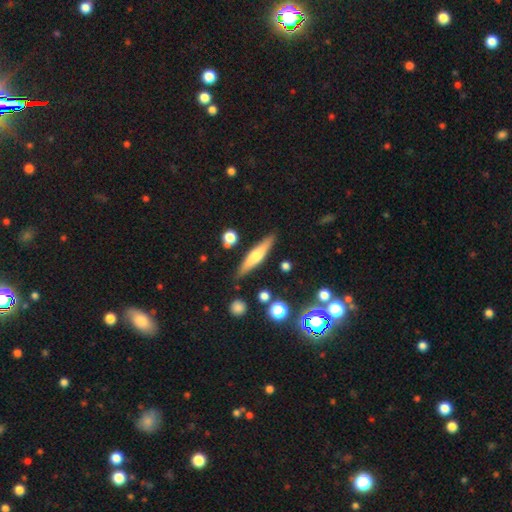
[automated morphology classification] The model was most divided on "smooth or featured": featured or disk: 49%, smooth: 44%, star or artifact: 7%. More confident: merging — none (85%).